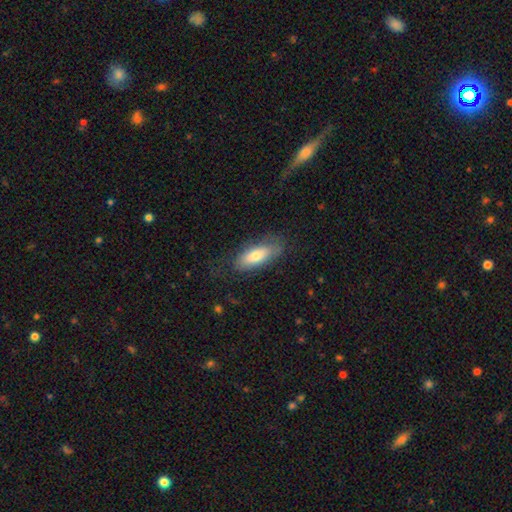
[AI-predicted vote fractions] The model was most divided on "how rounded": in between: 73%, cigar-shaped: 25%, round: 2%. More confident: smooth or featured — smooth (71%); merging — none (71%).